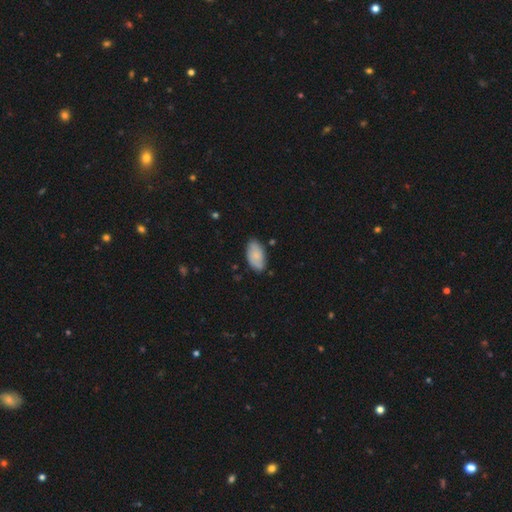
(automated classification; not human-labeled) Overall: smooth (75%). How rounded: in between (94%). Merging: none (75%).